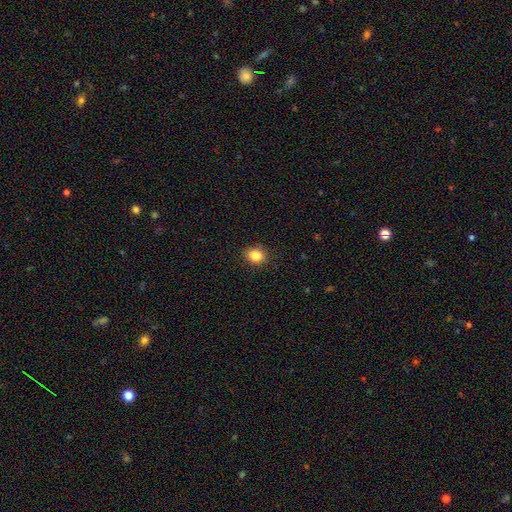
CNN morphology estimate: A smooth galaxy with no disk features (85%) that is round (53%).

Vote fractions:
- Smooth or featured? smooth: 85% / star or artifact: 10% / featured or disk: 5%
- How rounded? round: 53% / in between: 46% / cigar-shaped: 1%
- Merging? none: 89% / minor disturbance: 8% / major disturbance: 2% / merger: 1%